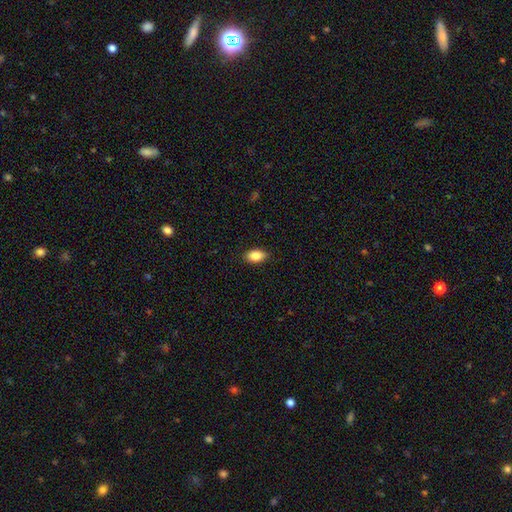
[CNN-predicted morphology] type=smooth (87%); roundness=in between (91%); merging=none (89%).